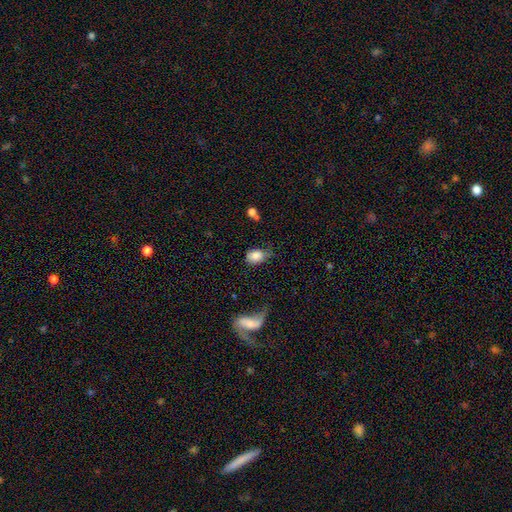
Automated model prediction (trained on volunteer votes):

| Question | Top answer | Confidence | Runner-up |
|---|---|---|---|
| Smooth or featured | smooth | 81% | featured or disk (11%) |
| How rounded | in between | 74% | round (25%) |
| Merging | none | 40% | minor disturbance (34%) |